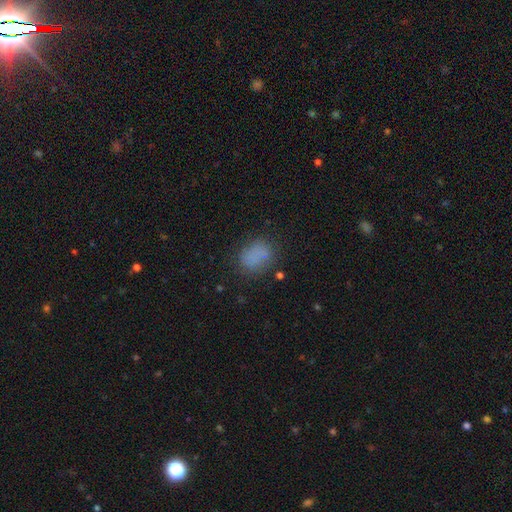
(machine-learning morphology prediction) Overall: smooth (79%). How rounded: in between (63%; round 36%). Merging: none (72%).